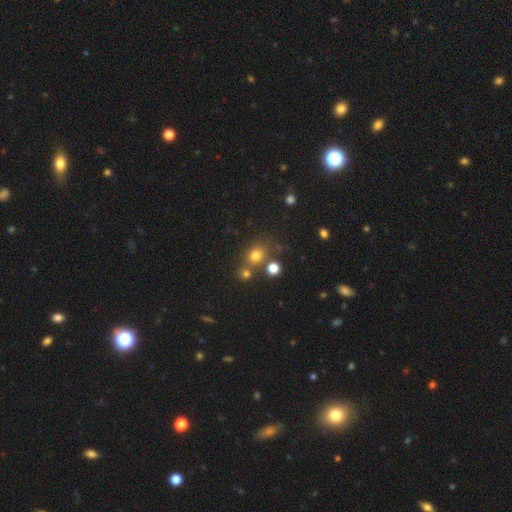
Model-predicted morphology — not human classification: type=smooth (73%); roundness=round (72%); merging=none (64%).